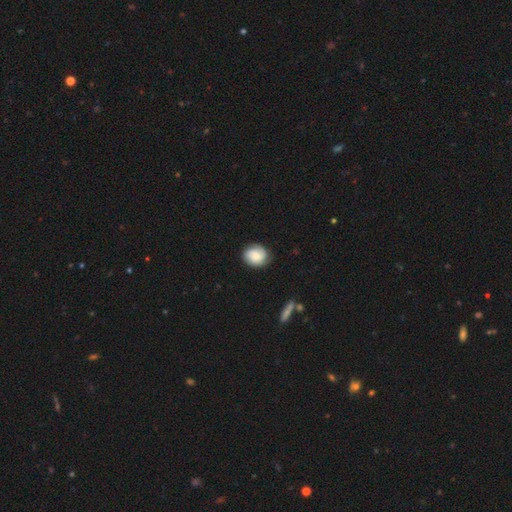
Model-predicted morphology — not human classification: A smooth galaxy with no disk features (64%) that is round (67%).

Vote fractions:
- Smooth or featured? smooth: 64% / featured or disk: 28% / star or artifact: 8%
- How rounded? round: 67% / in between: 32% / cigar-shaped: 1%
- Merging? none: 81% / minor disturbance: 15% / major disturbance: 3% / merger: 1%